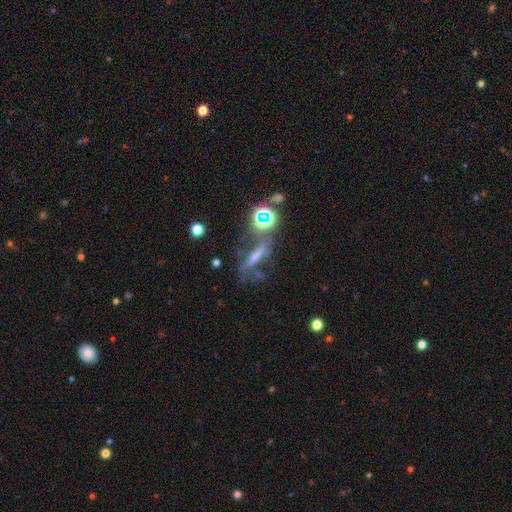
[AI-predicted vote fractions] Q: Smooth or featured?
A: featured or disk (36%); tied with: smooth (36%)
Q: Merging?
A: none (47%); runner-up: minor disturbance (19%)